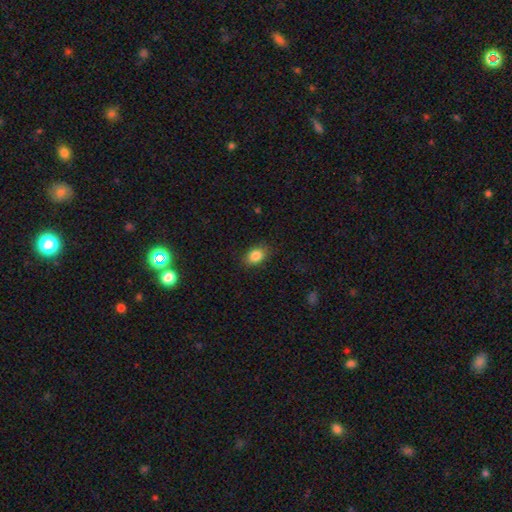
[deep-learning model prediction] A smooth galaxy with no disk features (85%) that is in between round and cigar-shaped (74%).

Vote fractions:
- Smooth or featured? smooth: 85% / star or artifact: 9% / featured or disk: 6%
- How rounded? in between: 74% / round: 25% / cigar-shaped: 1%
- Merging? none: 84% / minor disturbance: 12% / major disturbance: 3% / merger: 1%